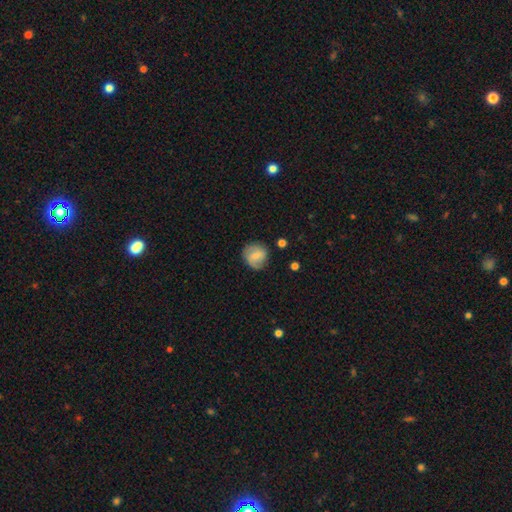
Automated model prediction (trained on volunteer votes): This appears to be a smooth galaxy with no disk features (59%) that is round (82%). Merging: none (73%).